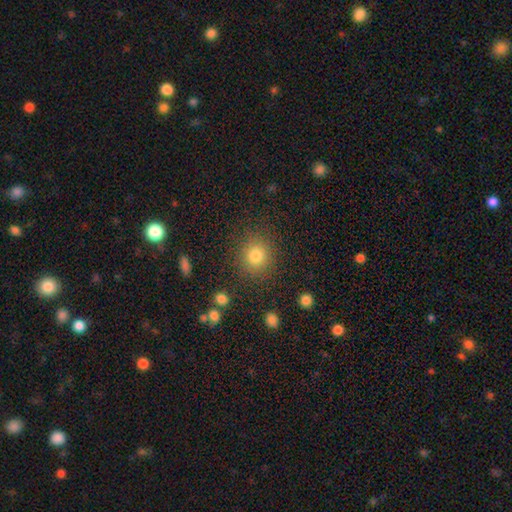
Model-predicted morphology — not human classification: This is clearly a smooth galaxy (81%). How rounded: clearly round (87%). Merging: clearly none (88%).